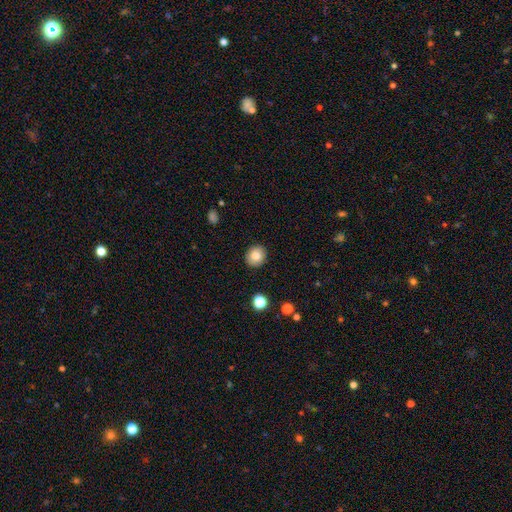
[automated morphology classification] Smooth or featured? Predicted: smooth (p=0.82). How rounded? Predicted: round (p=0.84). Merging? Predicted: none (p=0.91).